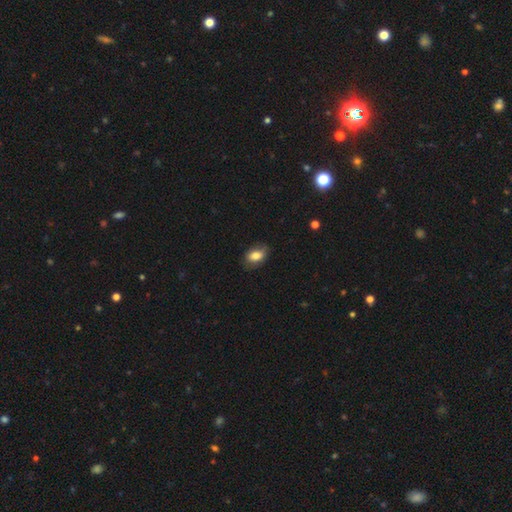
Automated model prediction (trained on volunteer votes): Smooth or featured? Predicted: smooth (p=0.81). How rounded? Predicted: in between (p=0.87). Merging? Predicted: none (p=0.77).